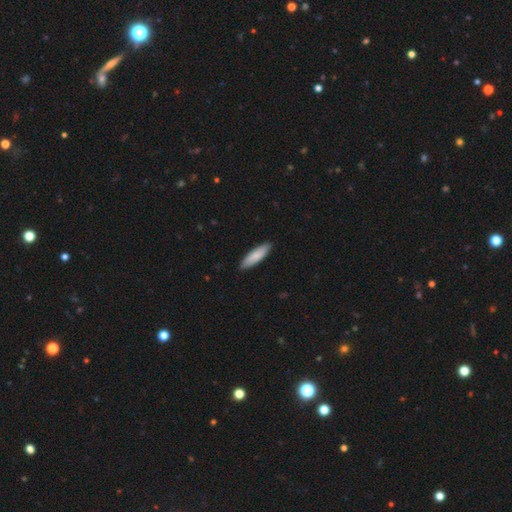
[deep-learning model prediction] Smooth or featured? smooth (85%)
How rounded? cigar-shaped (61%)
Merging? none (90%)